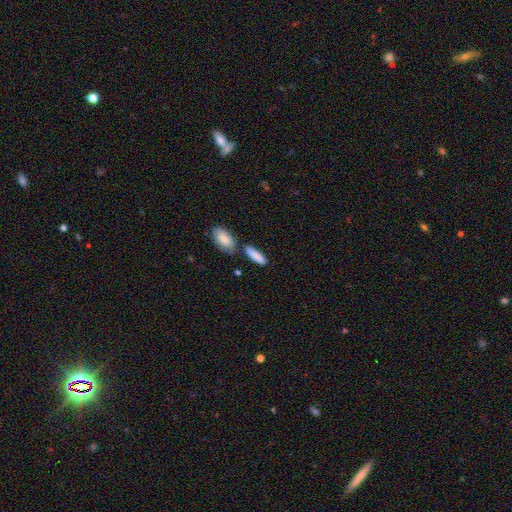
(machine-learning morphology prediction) The model was most divided on "how rounded": in between: 52%, cigar-shaped: 45%, round: 2%. More confident: smooth or featured — smooth (85%); merging — none (63%).